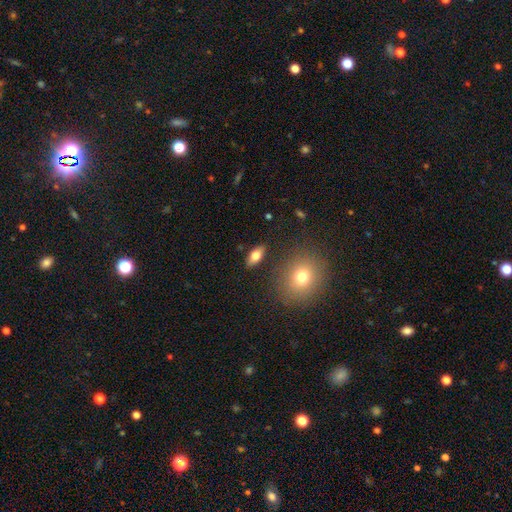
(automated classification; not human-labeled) Smooth or featured: smooth — 73% (featured or disk — 20%)
How rounded: in between — 84% (cigar-shaped — 11%)
Merging: none — 86% (minor disturbance — 9%)